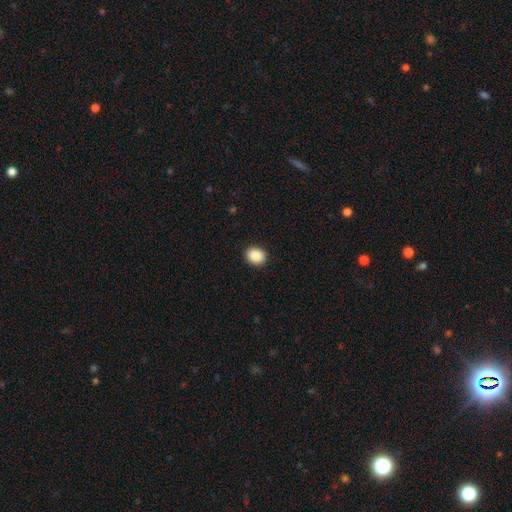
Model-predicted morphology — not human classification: A smooth galaxy with no disk features (89%) that is round (58%). Merging: none (91%).